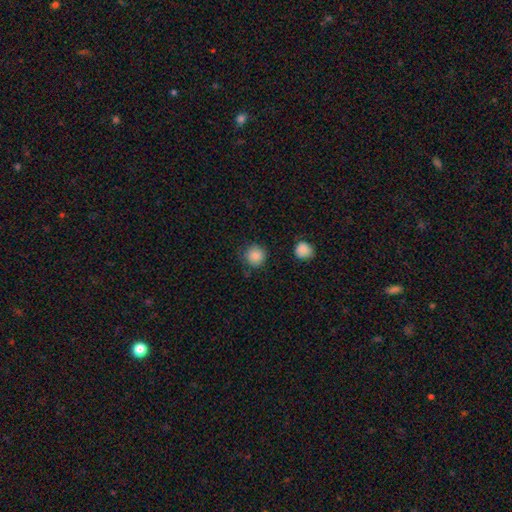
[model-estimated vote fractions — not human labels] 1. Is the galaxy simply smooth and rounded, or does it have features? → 86% smooth, 10% star or artifact, 4% featured or disk.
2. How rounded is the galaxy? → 94% round, 5% in between, 1% cigar-shaped.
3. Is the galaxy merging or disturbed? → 84% none, 10% minor disturbance, 3% major disturbance, 2% merger.